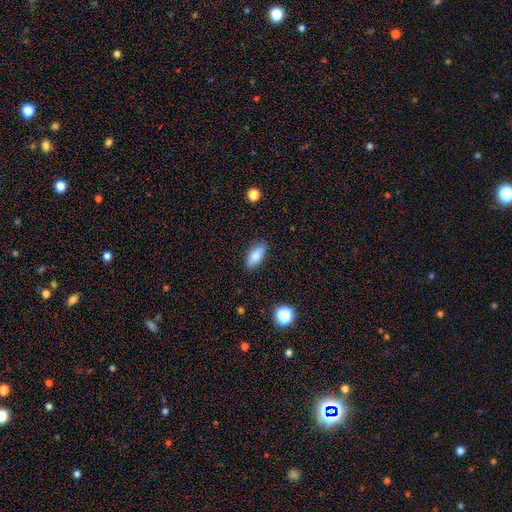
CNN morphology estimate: Smooth or featured: smooth — 80% (featured or disk — 12%)
How rounded: in between — 78% (cigar-shaped — 19%)
Merging: none — 84% (minor disturbance — 12%)